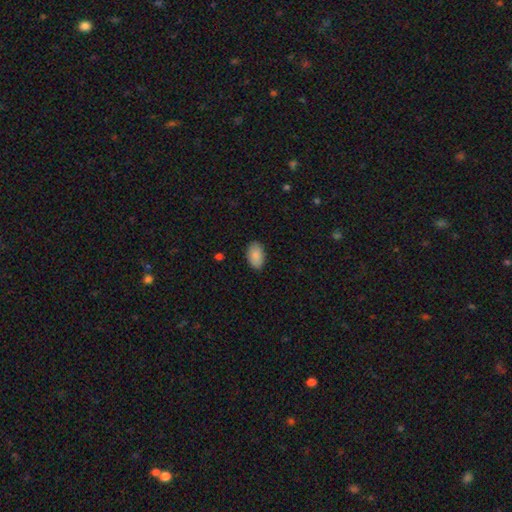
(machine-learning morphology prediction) A smooth galaxy with no disk features (87%) that is in between round and cigar-shaped (93%).

Vote fractions:
- Smooth or featured? smooth: 87% / star or artifact: 7% / featured or disk: 7%
- How rounded? in between: 93% / round: 6% / cigar-shaped: 1%
- Merging? none: 87% / minor disturbance: 10% / major disturbance: 2% / merger: 1%